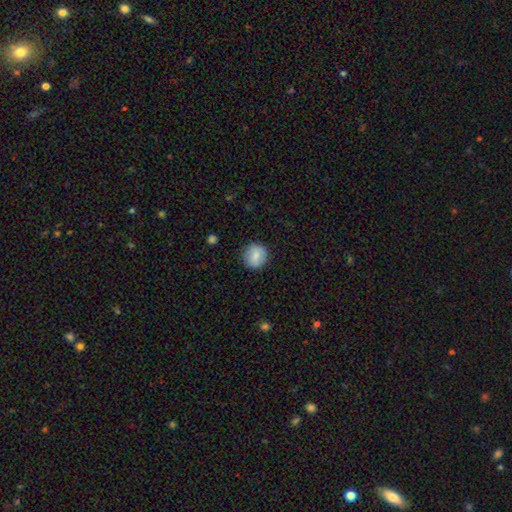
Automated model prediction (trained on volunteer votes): smooth_or_featured: smooth (p=0.78) [alt: featured or disk p=0.15]
how_rounded: round (p=0.90) [alt: in between p=0.09]
merging: none (p=0.87) [alt: minor disturbance p=0.10]